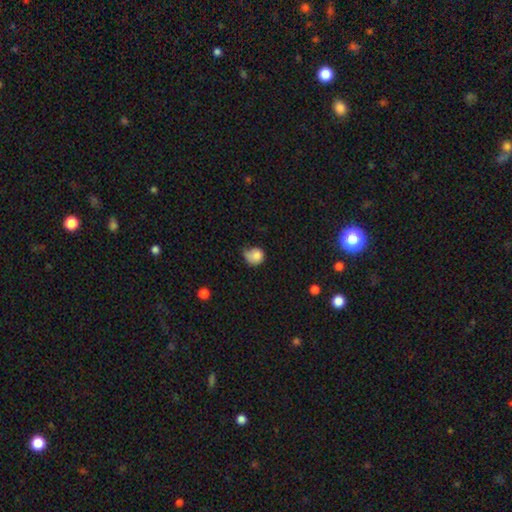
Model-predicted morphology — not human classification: Q: Smooth or featured?
A: smooth (79%); runner-up: featured or disk (12%)
Q: How rounded?
A: round (72%); runner-up: in between (27%)
Q: Merging?
A: minor disturbance (38%); runner-up: none (32%)